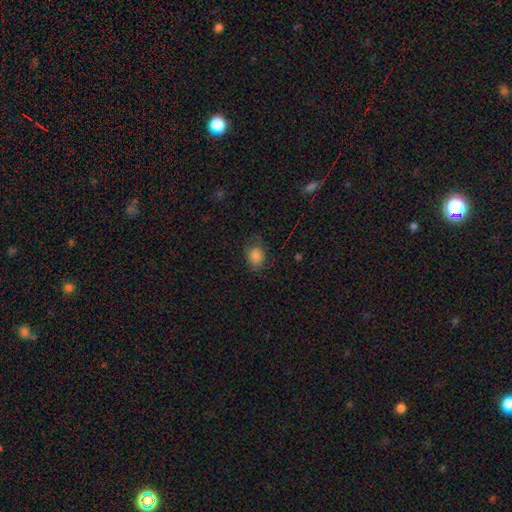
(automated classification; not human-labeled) The model was most divided on "how rounded": in between: 58%, round: 40%, cigar-shaped: 1%. More confident: smooth or featured — smooth (83%); merging — none (68%).